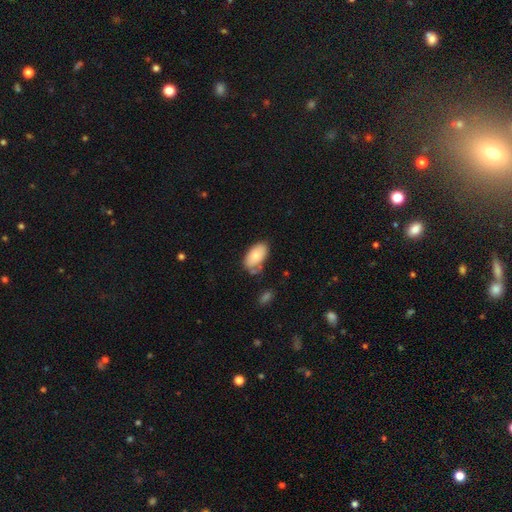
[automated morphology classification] smooth-or-featured: smooth: 79% | featured or disk: 15% | star or artifact: 6%
  how-rounded: in between: 95% | round: 3% | cigar-shaped: 2%
  merging: none: 60% | minor disturbance: 25% | merger: 9% | major disturbance: 7%